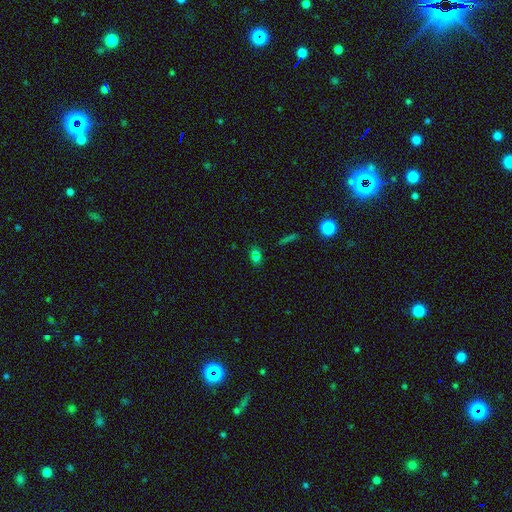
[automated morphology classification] A smooth galaxy with no disk features (71%) that is in between round and cigar-shaped (74%). Merging: none (73%).